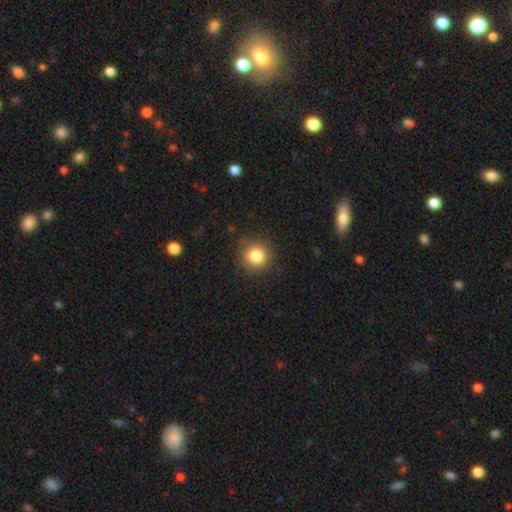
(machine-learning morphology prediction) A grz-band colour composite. It shows a smooth galaxy with no disk features (83%) that is round (93%). Merging: none (88%).